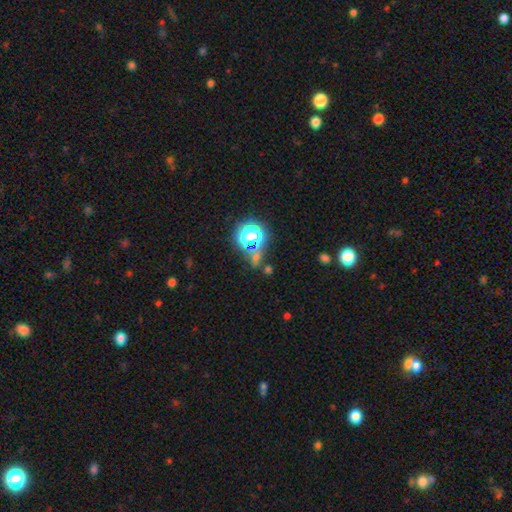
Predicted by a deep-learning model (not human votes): smooth_or_featured: star or artifact (p=0.64) [alt: smooth p=0.27]